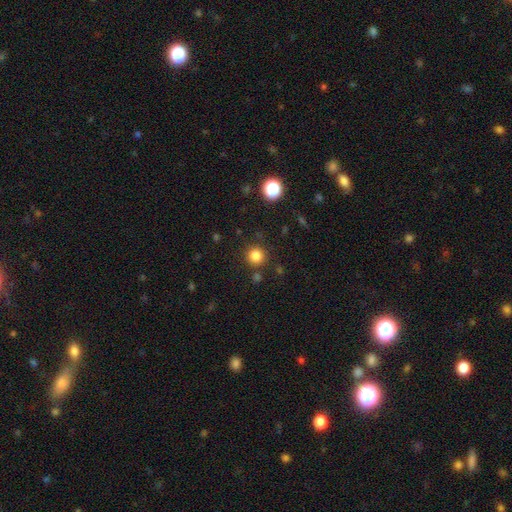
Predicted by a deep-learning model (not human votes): The model was most divided on "smooth or featured": smooth: 83%, star or artifact: 13%, featured or disk: 4%. More confident: how rounded — round (94%); merging — none (87%).